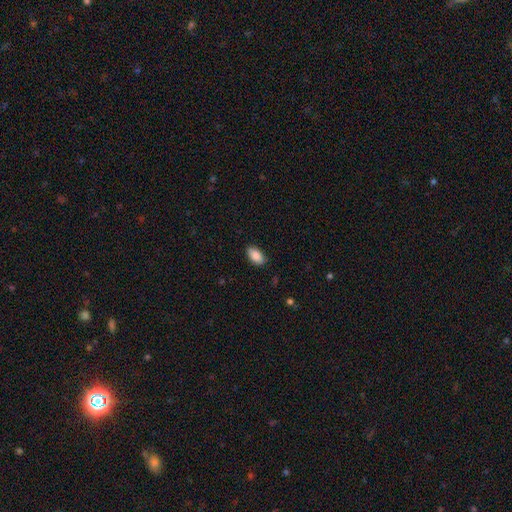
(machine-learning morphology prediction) A smooth galaxy with no disk features (89%) that is in between round and cigar-shaped (94%). Merging: none (87%).